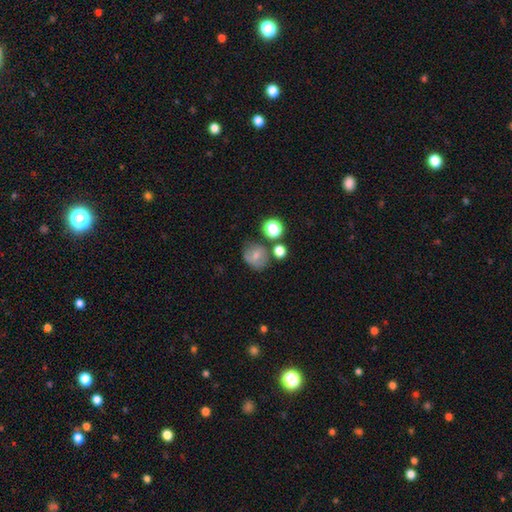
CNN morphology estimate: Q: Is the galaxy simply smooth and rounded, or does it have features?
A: smooth — 64%.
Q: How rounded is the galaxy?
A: round — 78%.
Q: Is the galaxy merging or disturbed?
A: none — 62%.